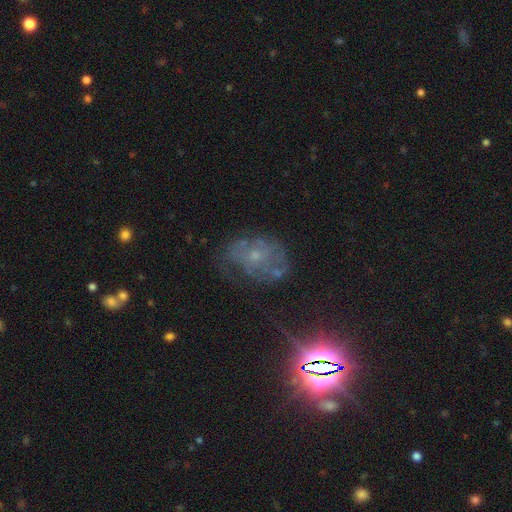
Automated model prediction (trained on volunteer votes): This is possibly a featured or disk galaxy (51%). It is clearly not viewed edge-on (95%). Merging: possibly none (52%).